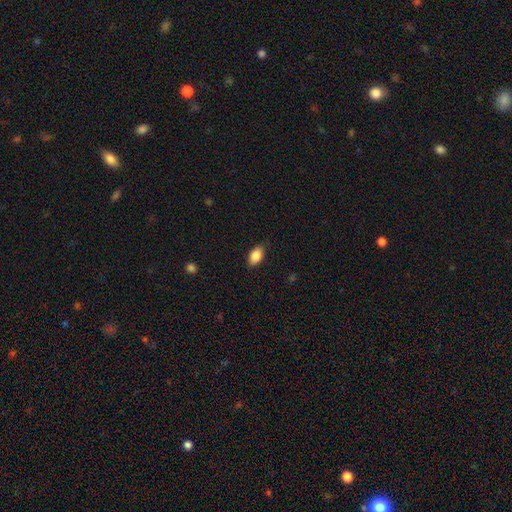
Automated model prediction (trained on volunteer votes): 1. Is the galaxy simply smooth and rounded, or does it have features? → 86% smooth, 7% star or artifact, 7% featured or disk.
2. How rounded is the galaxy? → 91% in between, 6% round, 3% cigar-shaped.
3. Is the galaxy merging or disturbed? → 83% none, 13% minor disturbance, 3% major disturbance, 1% merger.